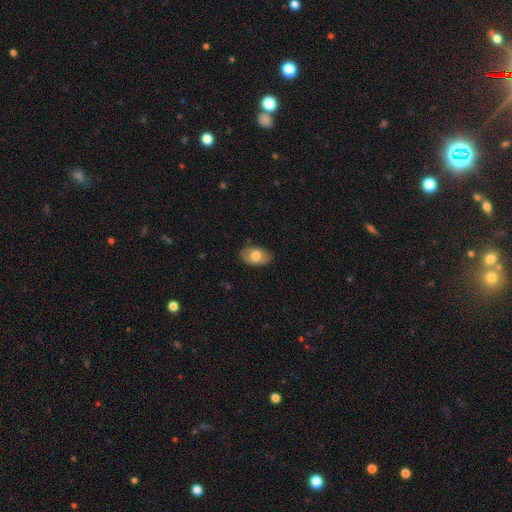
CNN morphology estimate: The model was most divided on "smooth or featured": smooth: 74%, featured or disk: 19%, star or artifact: 7%. More confident: how rounded — in between (90%); merging — none (83%).